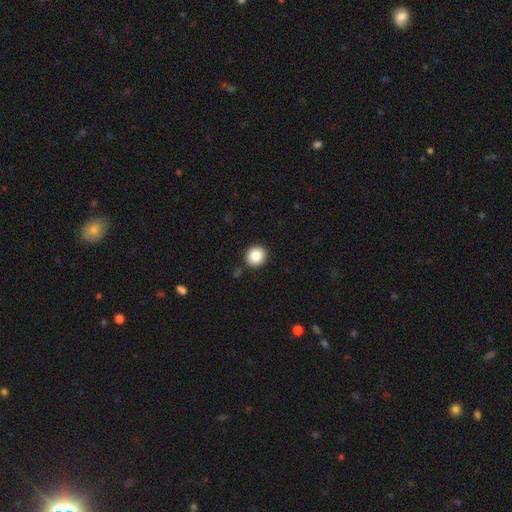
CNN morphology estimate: This appears to be a smooth galaxy with no disk features (87%) that is round (90%). Merging: none (90%).